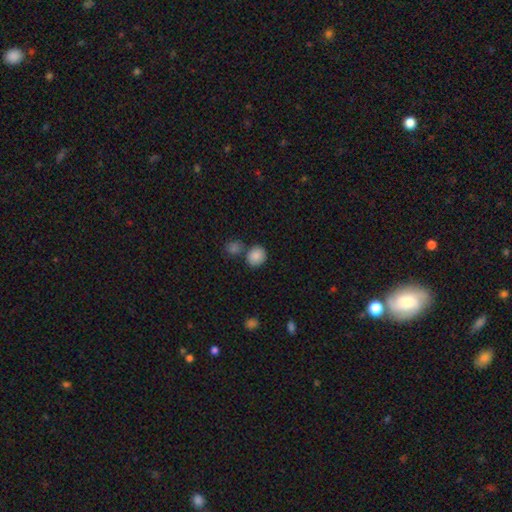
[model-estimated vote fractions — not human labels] Morphology: type=smooth (87%); roundness=round (69%); merging=none (63%).